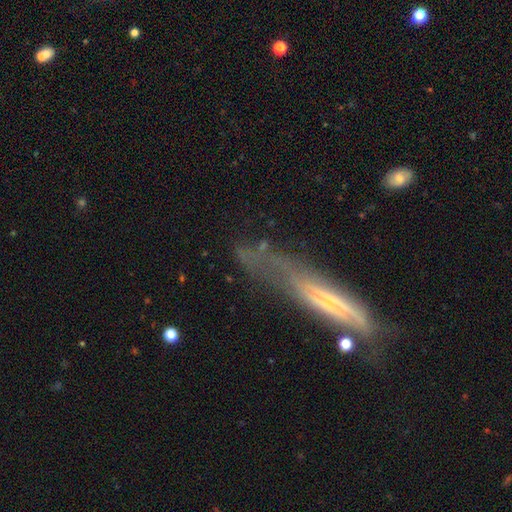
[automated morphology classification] A featured or disk galaxy (55%) viewed edge-on (60%).

Vote fractions:
- Smooth or featured? featured or disk: 55% / smooth: 34% / star or artifact: 12%
- Edge-on disk? yes: 60% / no: 40%
- Merging? none: 41% / minor disturbance: 27% / major disturbance: 25% / merger: 7%